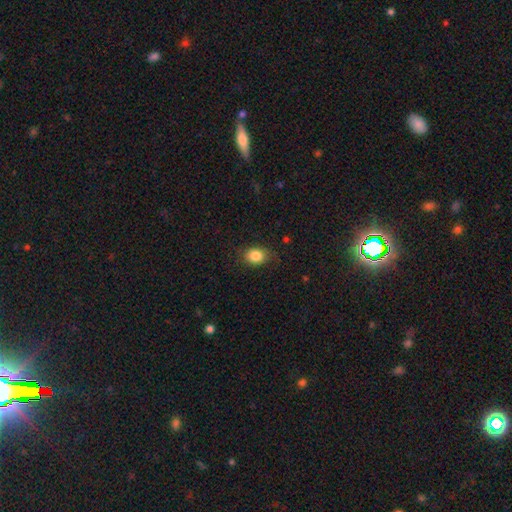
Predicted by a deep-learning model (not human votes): The model was most divided on "how rounded": in between: 58%, round: 41%, cigar-shaped: 1%. More confident: smooth or featured — smooth (85%); merging — none (78%).